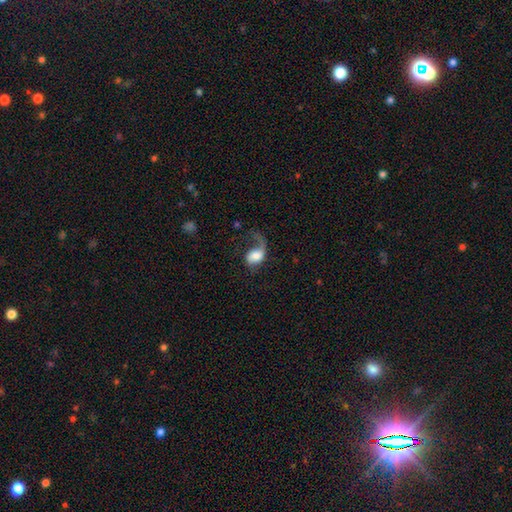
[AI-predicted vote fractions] Morphology: type=smooth (46%, tied with featured or disk); merging=major disturbance (53%).